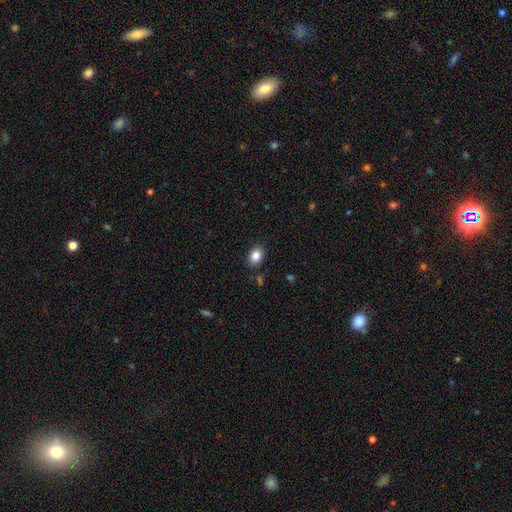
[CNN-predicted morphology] Smooth or featured?
  - smooth: 86% *
  - star or artifact: 9%
  - featured or disk: 5%
How rounded?
  - in between: 67% *
  - round: 32%
  - cigar-shaped: 1%
Merging?
  - none: 86% *
  - minor disturbance: 10%
  - major disturbance: 2%
  - merger: 1%